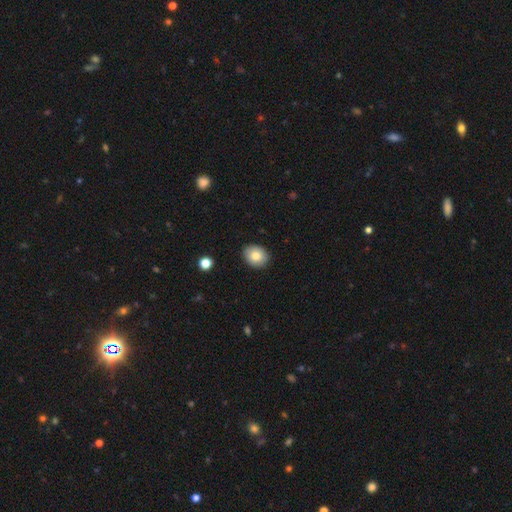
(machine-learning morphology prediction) This appears to be a smooth galaxy with no disk features (82%) that is round (57%). Merging: none (88%).